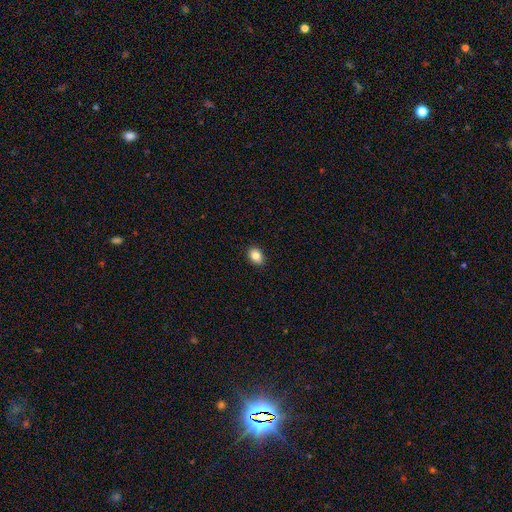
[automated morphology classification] The model was most divided on "how rounded": in between: 66%, round: 33%, cigar-shaped: 1%. More confident: merging — none (89%); smooth or featured — smooth (84%).